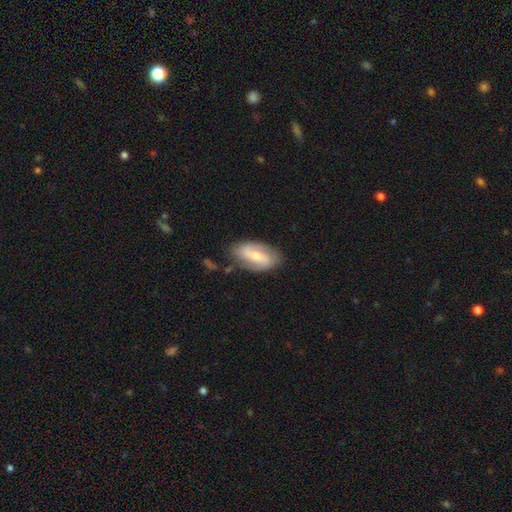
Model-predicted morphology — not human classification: Smooth or featured: featured or disk — 67% (smooth — 27%)
Edge-on disk: no — 94% (yes — 6%)
Bar: weak — 39% (no — 35%)
Spiral arms: yes — 87% (no — 13%)
Spiral winding: medium — 39% (loose — 38%)
Spiral arm count: 2 — 85% (can't tell — 9%)
Bulge size: small — 52% (moderate — 43%)
Merging: none — 74% (minor disturbance — 18%)